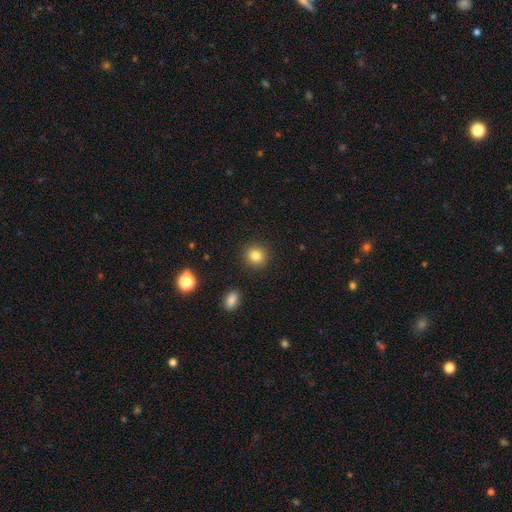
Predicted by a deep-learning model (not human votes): Smooth or featured? Predicted: smooth (p=0.84). How rounded? Predicted: round (p=0.89). Merging? Predicted: none (p=0.91).